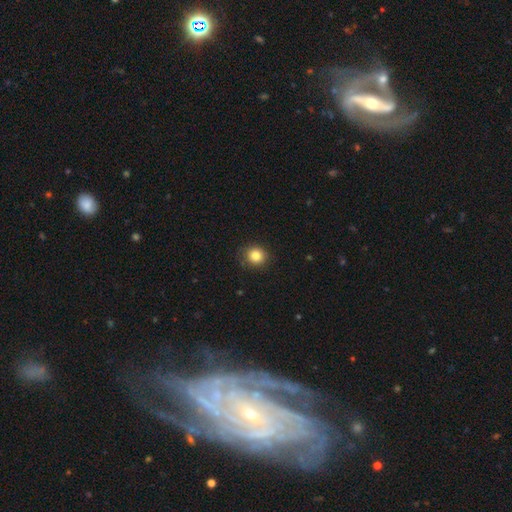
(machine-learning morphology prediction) Smooth or featured?
  - smooth: 83% *
  - star or artifact: 11%
  - featured or disk: 6%
How rounded?
  - round: 86% *
  - in between: 13%
  - cigar-shaped: 1%
Merging?
  - none: 88% *
  - minor disturbance: 9%
  - major disturbance: 2%
  - merger: 1%